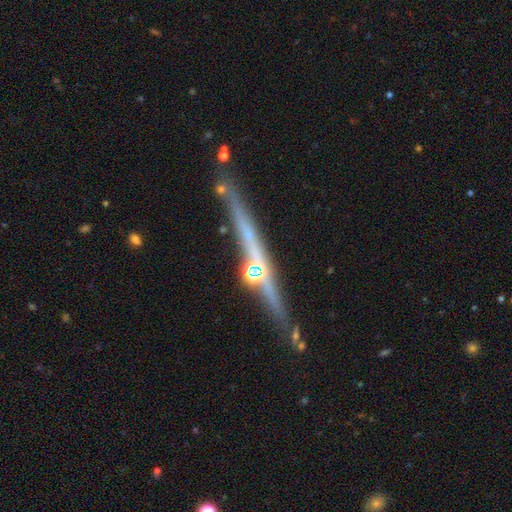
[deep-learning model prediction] smooth-or-featured: featured or disk: 87% | smooth: 7% | star or artifact: 6%
  disk-edge-on: yes: 98% | no: 2%
    edge-on-bulge: rounded: 89% | none: 6% | boxy: 5%
  merging: none: 76% | minor disturbance: 14% | merger: 7% | major disturbance: 4%